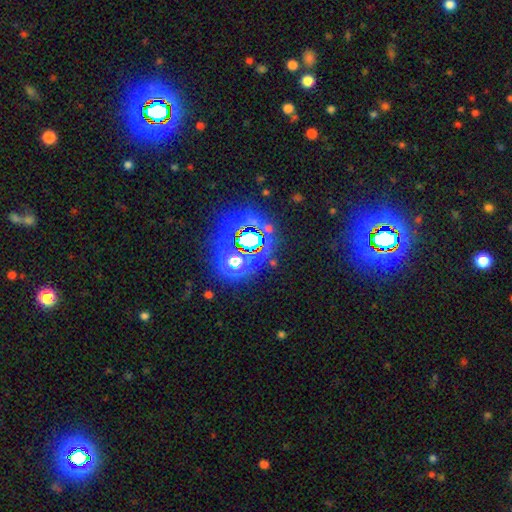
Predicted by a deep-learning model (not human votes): A star or artifact, not a galaxy (80%).

Vote fractions:
- Smooth or featured? star or artifact: 80% / smooth: 13% / featured or disk: 7%